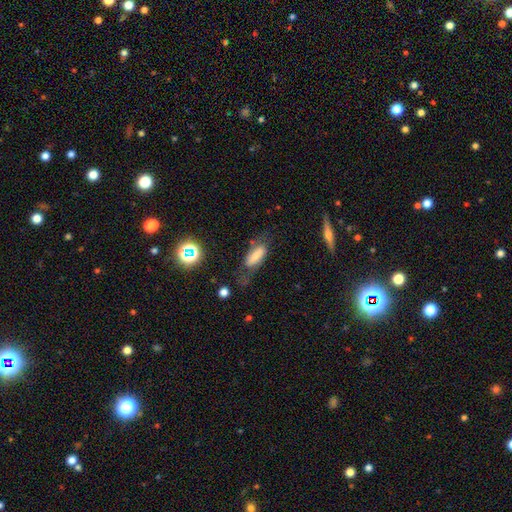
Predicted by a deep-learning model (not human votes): Overall: smooth (52%; featured or disk 37%). How rounded: in between (73%). Merging: none (52%; minor disturbance 25%).